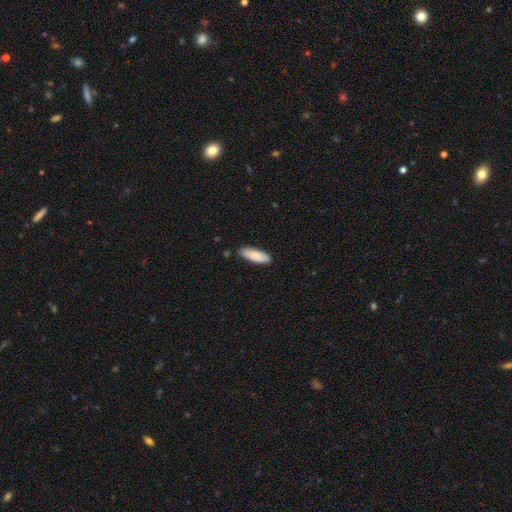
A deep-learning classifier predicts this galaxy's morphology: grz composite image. It shows a smooth galaxy with no disk features (87%) that is in between round and cigar-shaped (65%). Merging: none (87%).